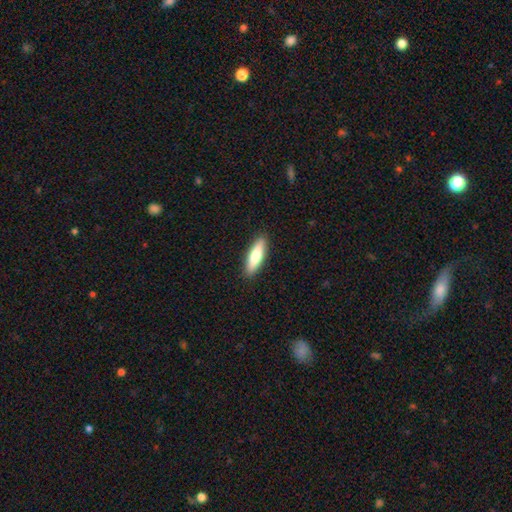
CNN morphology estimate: This is likely a smooth galaxy (71%). How rounded: likely cigar-shaped (65%). Merging: clearly none (91%).